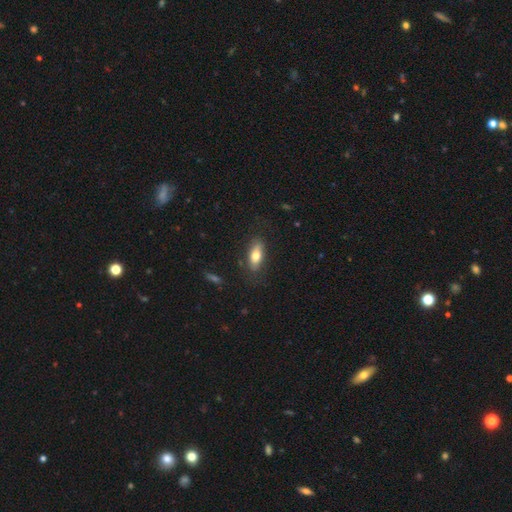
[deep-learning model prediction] smooth 72%, featured or disk 22%, star or artifact 7%. Down the decision tree: how rounded — in between (78%); merging — none (80%).